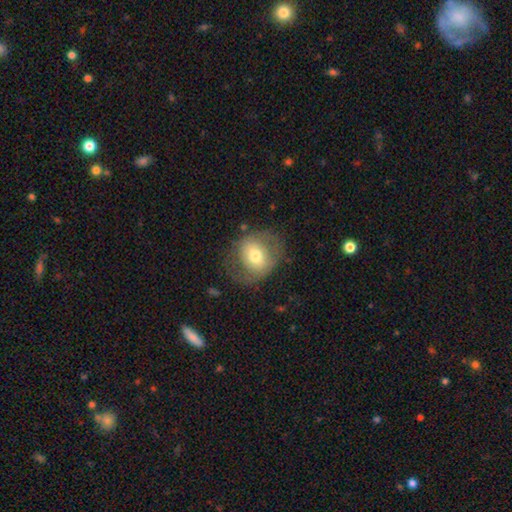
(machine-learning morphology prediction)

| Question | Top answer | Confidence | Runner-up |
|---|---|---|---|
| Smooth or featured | smooth | 52% | featured or disk (40%) |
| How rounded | round | 65% | in between (34%) |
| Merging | none | 64% | minor disturbance (21%) |